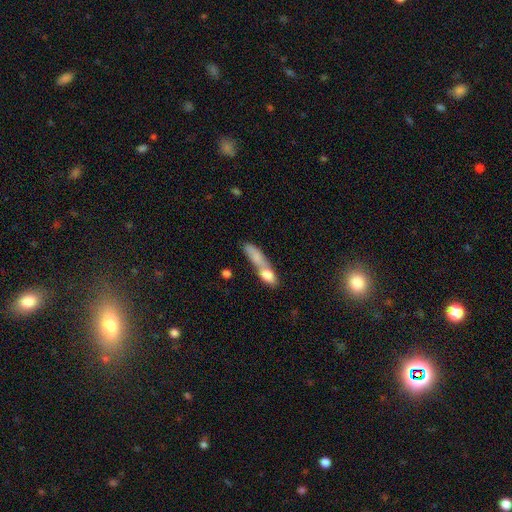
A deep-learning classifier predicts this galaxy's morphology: Smooth or featured? Predicted: smooth (p=0.74). How rounded? Predicted: in between (p=0.47, tied with cigar-shaped). Merging? Predicted: merger (p=0.63).